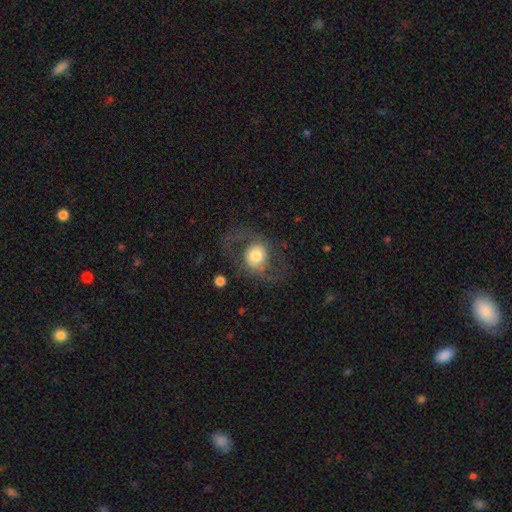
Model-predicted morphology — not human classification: Smooth or featured?
  - featured or disk: 47% *
  - smooth: 45%
  - star or artifact: 7%
Merging?
  - none: 54% *
  - major disturbance: 27%
  - minor disturbance: 17%
  - merger: 2%